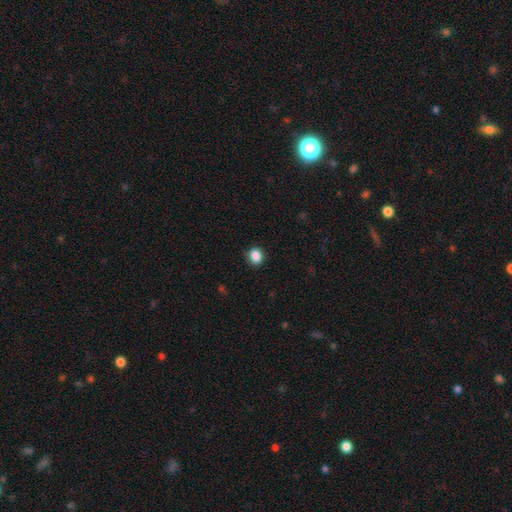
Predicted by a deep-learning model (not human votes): This appears to be a smooth galaxy with no disk features (87%) that is round (61%). Merging: none (88%).